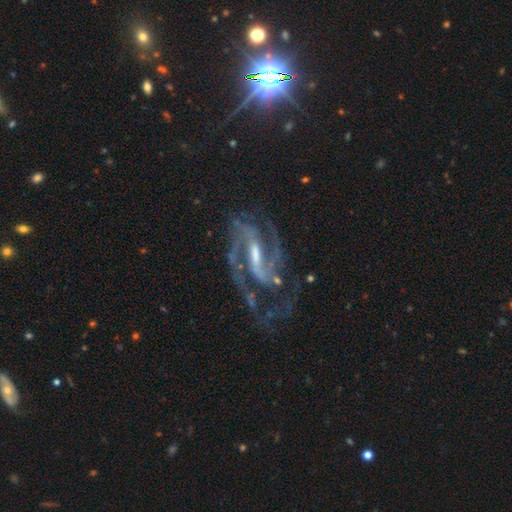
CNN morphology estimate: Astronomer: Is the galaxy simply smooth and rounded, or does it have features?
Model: featured or disk — 92%.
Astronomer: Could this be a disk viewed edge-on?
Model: no — 96%.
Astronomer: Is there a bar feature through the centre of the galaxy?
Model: strong — 56% (runner-up: weak, 35%).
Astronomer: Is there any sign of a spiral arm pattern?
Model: yes — 98%.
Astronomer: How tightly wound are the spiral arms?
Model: medium — 59%.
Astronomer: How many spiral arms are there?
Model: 2 — 83%.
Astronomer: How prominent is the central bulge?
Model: moderate — 43% (runner-up: small, 39%).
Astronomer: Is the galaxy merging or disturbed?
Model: none — 58%.